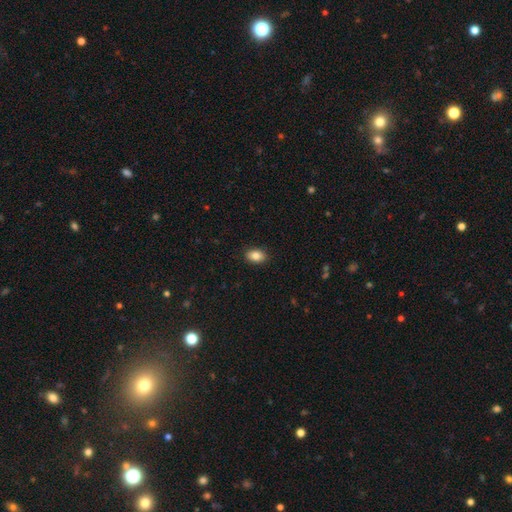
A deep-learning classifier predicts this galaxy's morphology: Smooth or featured? smooth (86%)
How rounded? in between (86%)
Merging? none (89%)